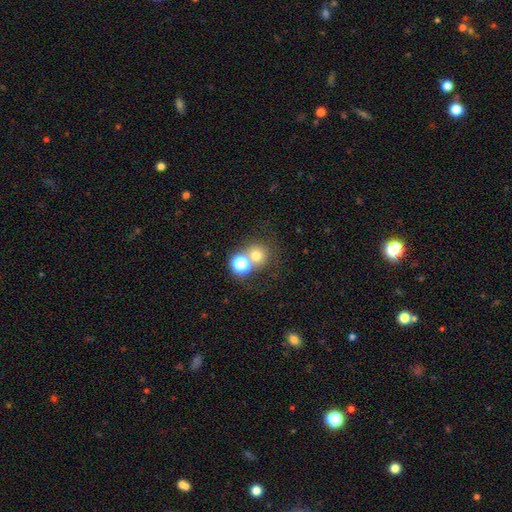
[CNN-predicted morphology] type=smooth (70%); roundness=round (87%); merging=none (50%).